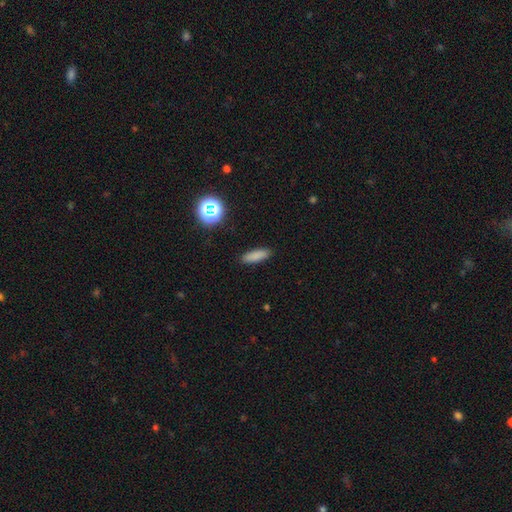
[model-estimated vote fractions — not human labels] Overall: smooth (83%). How rounded: cigar-shaped (51%; in between 47%). Merging: none (90%).